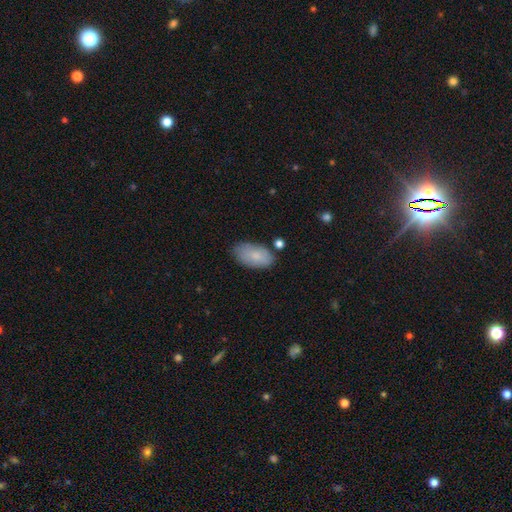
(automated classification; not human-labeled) A smooth galaxy with no disk features (83%) that is in between round and cigar-shaped (95%). Merging: none (75%).